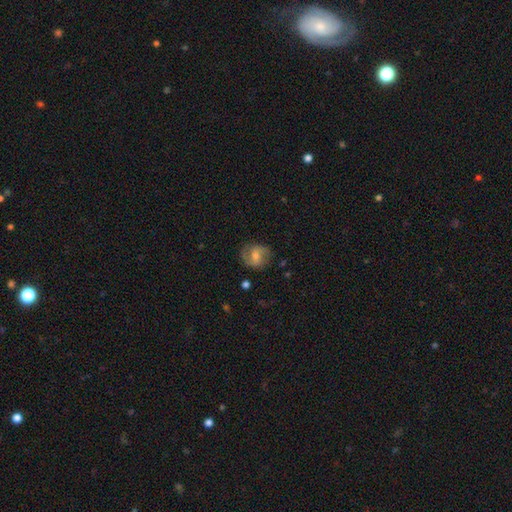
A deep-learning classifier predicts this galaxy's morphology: Q: Smooth or featured?
A: featured or disk (59%); runner-up: smooth (32%)
Q: Edge-on disk?
A: no (97%); runner-up: yes (3%)
Q: Bar?
A: weak (47%); runner-up: no (34%)
Q: Spiral arms?
A: yes (85%); runner-up: no (15%)
Q: Bulge size?
A: moderate (54%); runner-up: small (38%)
Q: Merging?
A: none (78%); runner-up: minor disturbance (15%)